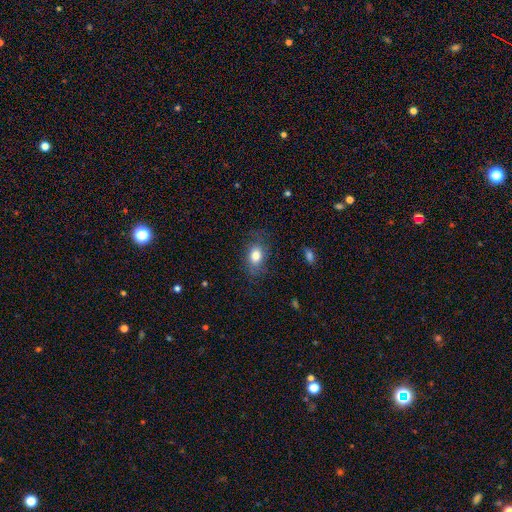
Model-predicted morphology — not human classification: This is likely a smooth galaxy (79%). How rounded: likely in between (79%). Merging: likely none (74%).